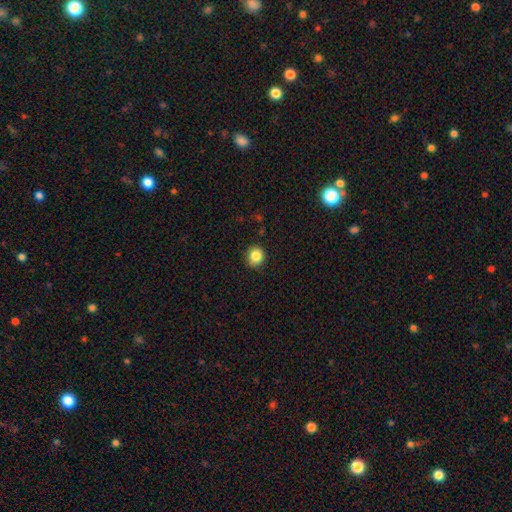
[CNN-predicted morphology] smooth-or-featured: smooth: 85% | star or artifact: 10% | featured or disk: 5%
  how-rounded: round: 78% | in between: 21% | cigar-shaped: 1%
  merging: none: 86% | minor disturbance: 11% | major disturbance: 2% | merger: 1%